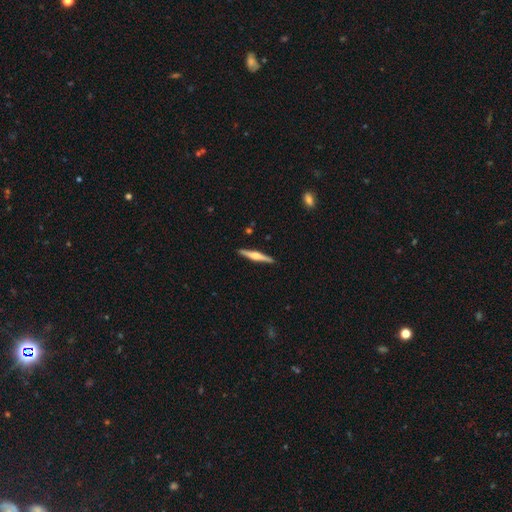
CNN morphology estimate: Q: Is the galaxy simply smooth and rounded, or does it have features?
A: featured or disk — 66%.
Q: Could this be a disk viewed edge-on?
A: yes — 98%.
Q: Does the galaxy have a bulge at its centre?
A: rounded — 79%.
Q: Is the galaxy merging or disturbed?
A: none — 91%.